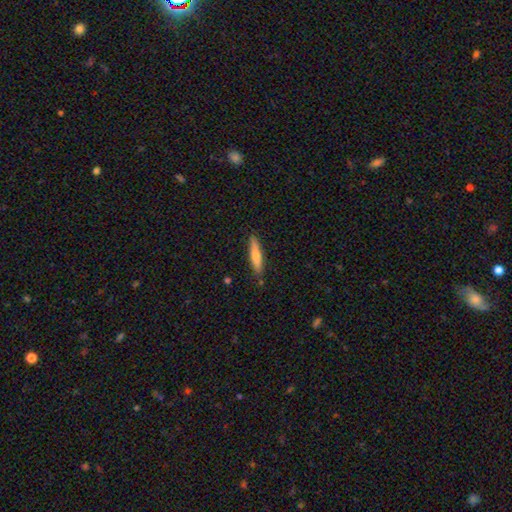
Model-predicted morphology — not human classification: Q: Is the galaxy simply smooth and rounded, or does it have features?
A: smooth — 65%.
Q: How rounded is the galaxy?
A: cigar-shaped — 86%.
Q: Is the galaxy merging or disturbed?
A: none — 88%.